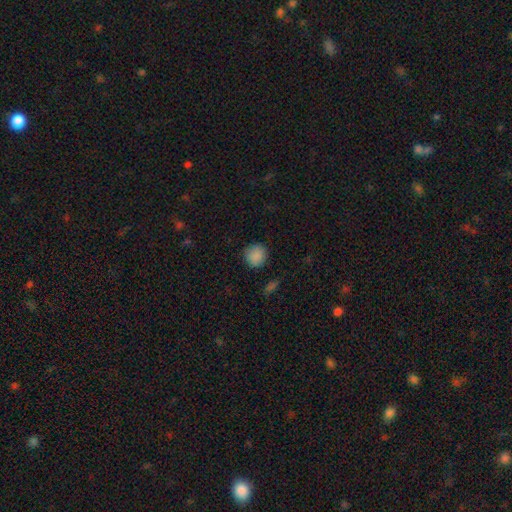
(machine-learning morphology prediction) smooth-or-featured: smooth: 87% | star or artifact: 10% | featured or disk: 4%
  how-rounded: round: 90% | in between: 9% | cigar-shaped: 1%
  merging: none: 86% | minor disturbance: 11% | major disturbance: 3% | merger: 1%